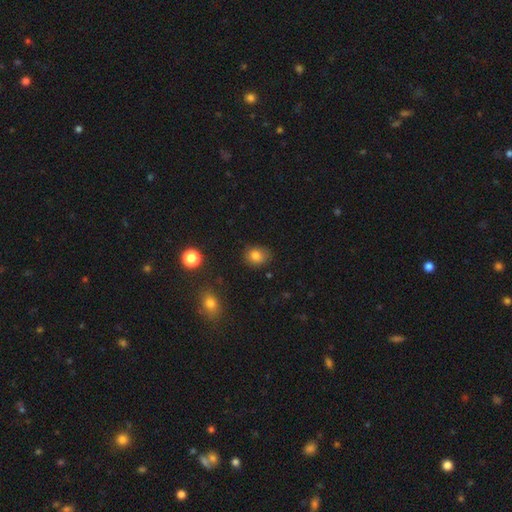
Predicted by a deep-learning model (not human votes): Q: Smooth or featured?
A: smooth (81%); runner-up: star or artifact (12%)
Q: How rounded?
A: round (56%); runner-up: in between (43%)
Q: Merging?
A: none (80%); runner-up: minor disturbance (15%)